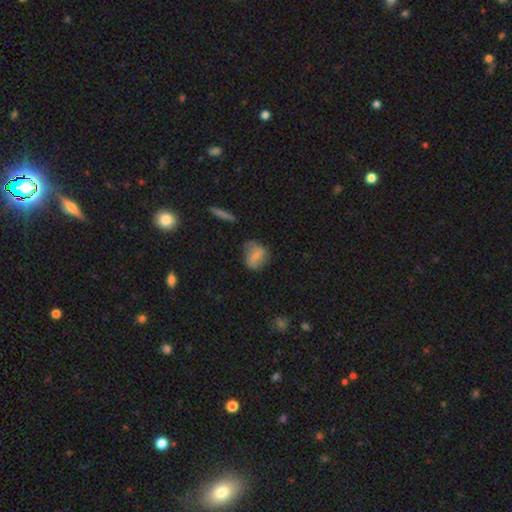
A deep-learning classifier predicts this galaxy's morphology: Smooth or featured? smooth (63%)
How rounded? round (51%)
Merging? none (66%)